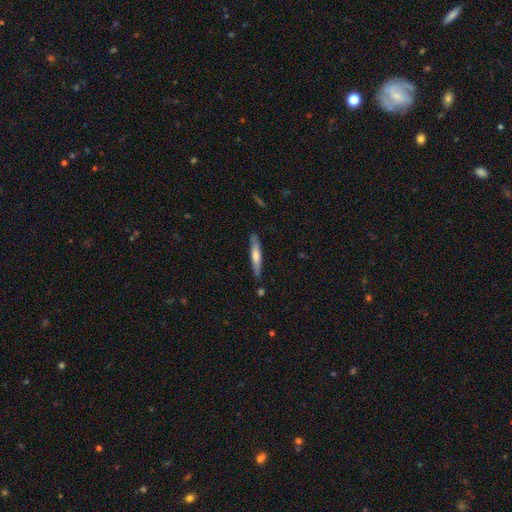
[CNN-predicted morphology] Q: Smooth or featured?
A: smooth (52%); runner-up: featured or disk (42%)
Q: How rounded?
A: cigar-shaped (92%); runner-up: in between (7%)
Q: Merging?
A: none (84%); runner-up: minor disturbance (11%)